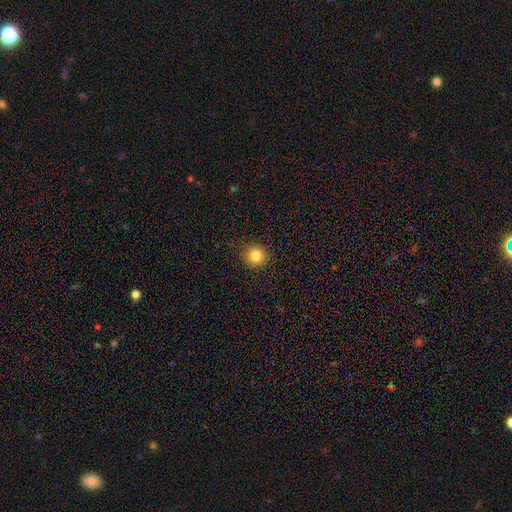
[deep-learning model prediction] The model was most divided on "smooth or featured": smooth: 83%, star or artifact: 12%, featured or disk: 5%. More confident: how rounded — round (93%); merging — none (90%).